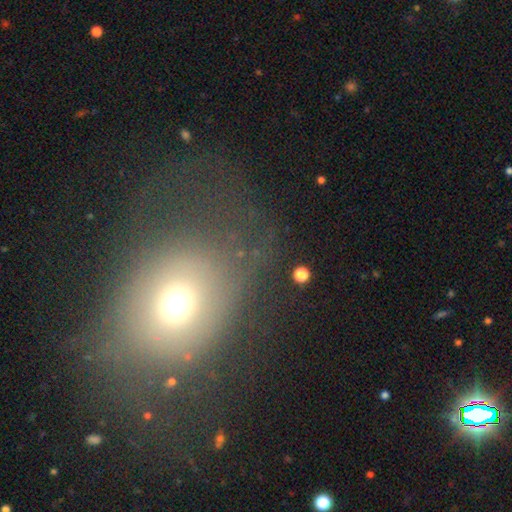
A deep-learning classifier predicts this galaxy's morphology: smooth-or-featured: smooth: 59% | featured or disk: 21% | star or artifact: 20%
  how-rounded: round: 54% | in between: 44% | cigar-shaped: 2%
  merging: none: 49% | major disturbance: 29% | minor disturbance: 18% | merger: 4%